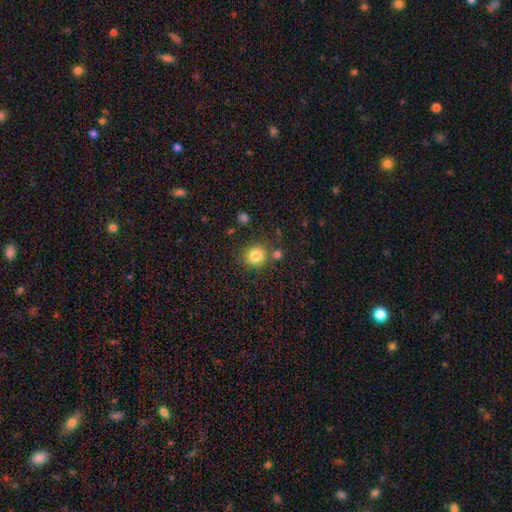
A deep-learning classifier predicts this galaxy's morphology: Smooth or featured? smooth (83%)
How rounded? round (88%)
Merging? none (78%)